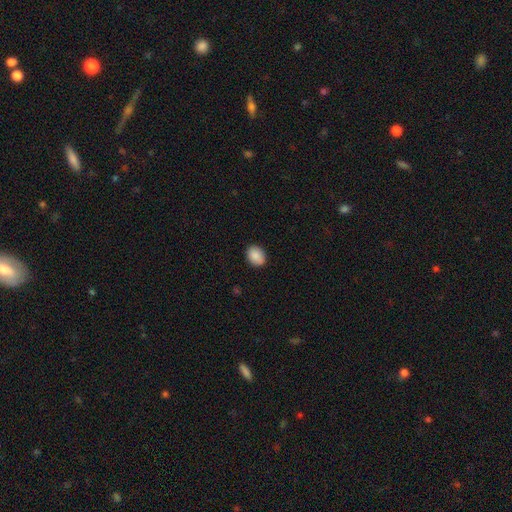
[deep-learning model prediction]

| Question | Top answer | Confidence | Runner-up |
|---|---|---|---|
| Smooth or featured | smooth | 89% | star or artifact (7%) |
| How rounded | in between | 63% | round (36%) |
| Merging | none | 88% | minor disturbance (9%) |